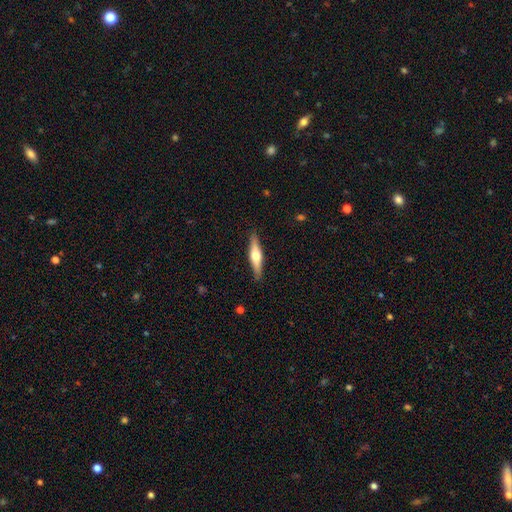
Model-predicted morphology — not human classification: smooth-or-featured: featured or disk: 53% | smooth: 41% | star or artifact: 5%
  disk-edge-on: yes: 94% | no: 6%
  merging: none: 89% | minor disturbance: 8% | major disturbance: 2% | merger: 1%